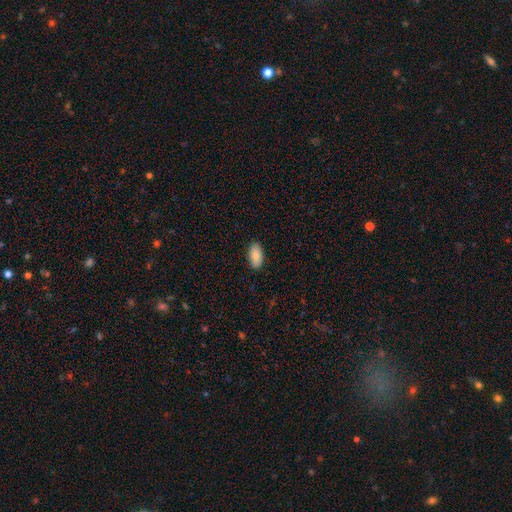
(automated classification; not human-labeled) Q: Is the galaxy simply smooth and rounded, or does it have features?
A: smooth — 87%.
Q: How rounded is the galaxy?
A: in between — 93%.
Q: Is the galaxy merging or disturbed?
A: none — 88%.